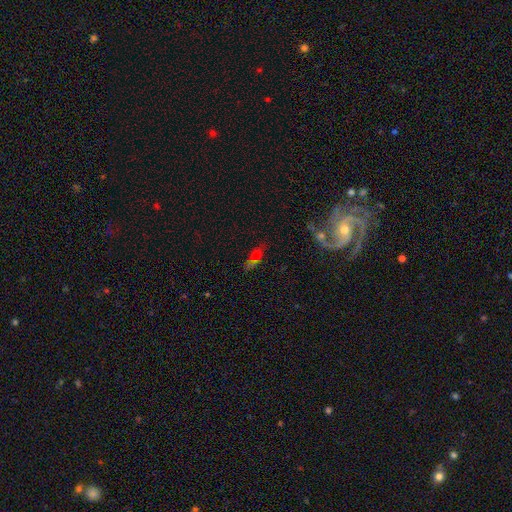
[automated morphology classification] Smooth or featured? smooth (48%)
Merging? none (59%)